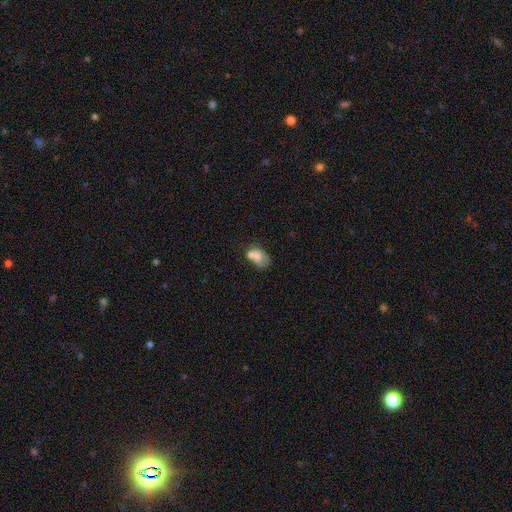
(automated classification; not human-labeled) smooth_or_featured: smooth (p=0.63) [alt: featured or disk p=0.27]
how_rounded: in between (p=0.80) [alt: round p=0.19]
merging: merger (p=0.44) [alt: none p=0.24]